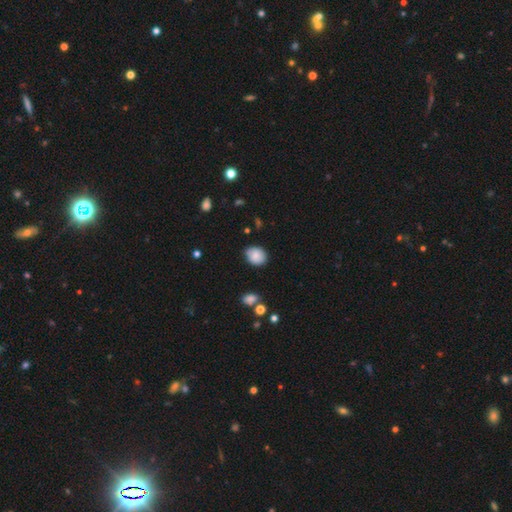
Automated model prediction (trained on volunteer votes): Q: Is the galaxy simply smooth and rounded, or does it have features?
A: smooth — 84%.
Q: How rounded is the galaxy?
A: round — 53%.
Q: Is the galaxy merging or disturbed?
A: none — 76%.